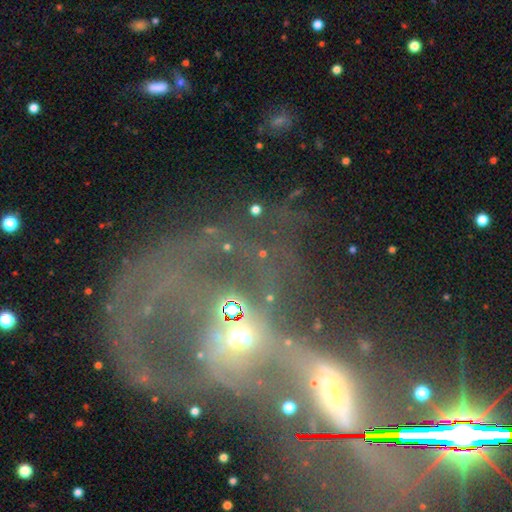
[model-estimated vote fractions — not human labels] Morphology: type=featured or disk (57%); edge-on=no (93%); bar=no (66%); spiral arms=no (52%); bulge=moderate (45%); merging=merger (59%).